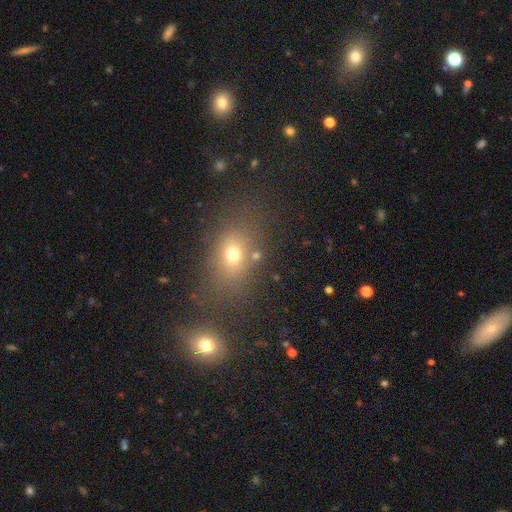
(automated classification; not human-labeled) smooth-or-featured: smooth: 61% | star or artifact: 25% | featured or disk: 14%
  how-rounded: in between: 64% | round: 33% | cigar-shaped: 3%
  merging: none: 70% | merger: 13% | minor disturbance: 11% | major disturbance: 6%